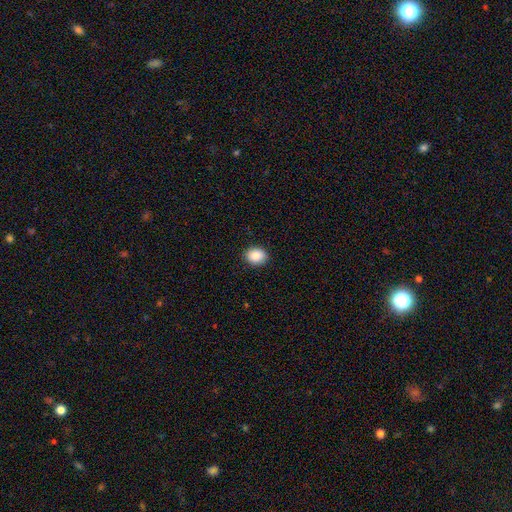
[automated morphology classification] smooth_or_featured: smooth (p=0.88) [alt: star or artifact p=0.08]
how_rounded: in between (p=0.51) [alt: round p=0.48]
merging: none (p=0.90) [alt: minor disturbance p=0.07]